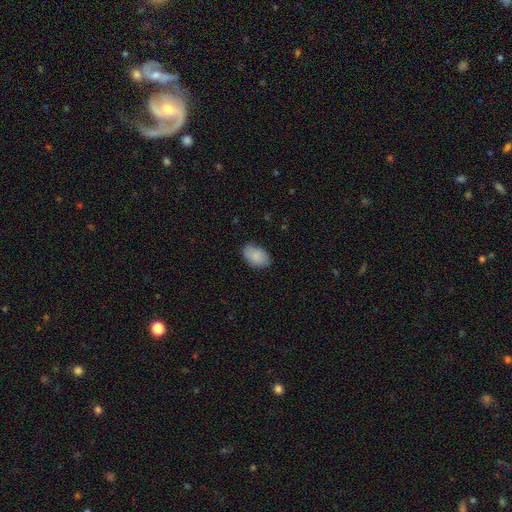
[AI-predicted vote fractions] Smooth or featured?
  - smooth: 87% *
  - star or artifact: 7%
  - featured or disk: 6%
How rounded?
  - in between: 90% *
  - round: 9%
  - cigar-shaped: 1%
Merging?
  - none: 81% *
  - minor disturbance: 15%
  - major disturbance: 3%
  - merger: 1%